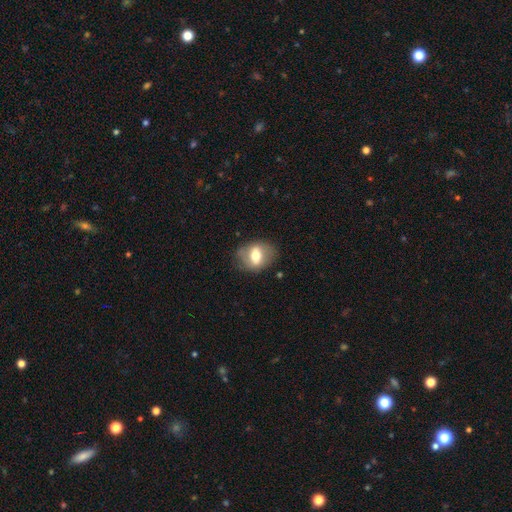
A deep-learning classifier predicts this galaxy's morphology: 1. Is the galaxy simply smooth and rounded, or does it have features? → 55% smooth, 37% featured or disk, 8% star or artifact.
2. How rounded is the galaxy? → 65% in between, 33% round, 2% cigar-shaped.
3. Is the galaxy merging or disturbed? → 74% none, 18% minor disturbance, 7% major disturbance, 2% merger.